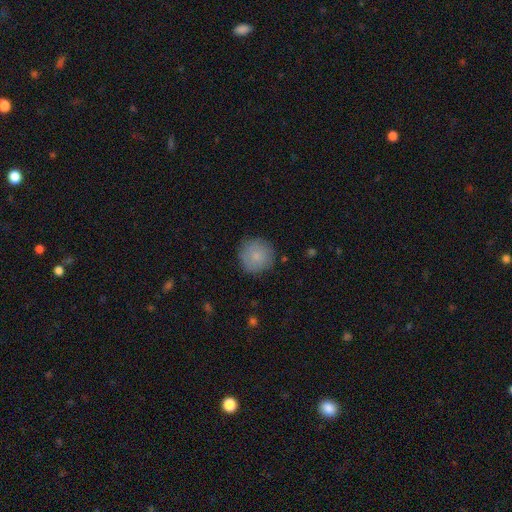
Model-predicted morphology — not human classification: This is clearly a smooth galaxy (82%). How rounded: clearly round (95%). Merging: clearly none (86%).